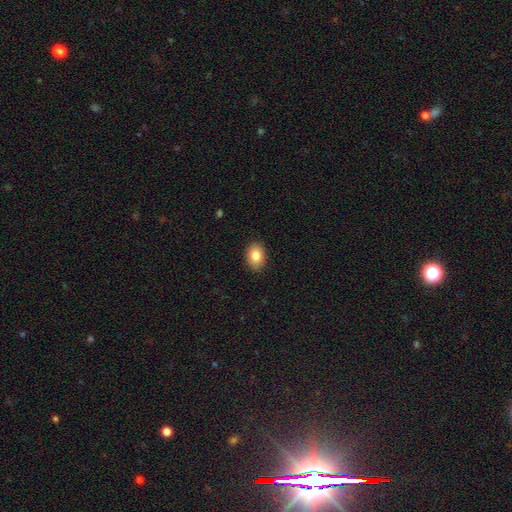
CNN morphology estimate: Smooth or featured?
  - smooth: 84% *
  - star or artifact: 8%
  - featured or disk: 8%
How rounded?
  - in between: 76% *
  - round: 23%
  - cigar-shaped: 1%
Merging?
  - none: 90% *
  - minor disturbance: 7%
  - major disturbance: 2%
  - merger: 1%